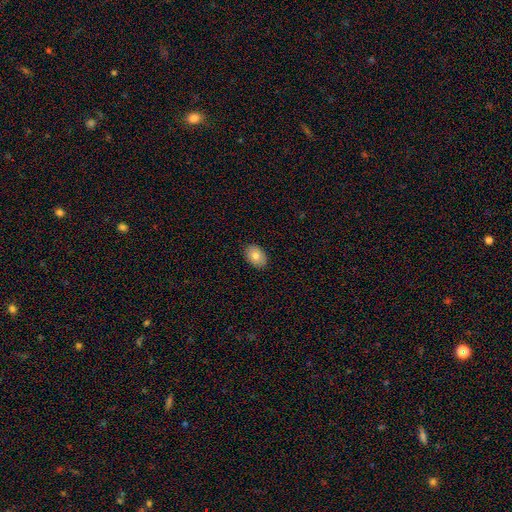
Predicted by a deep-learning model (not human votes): smooth_or_featured: smooth (p=0.79) [alt: featured or disk p=0.13]
how_rounded: in between (p=0.83) [alt: round p=0.16]
merging: none (p=0.89) [alt: minor disturbance p=0.08]